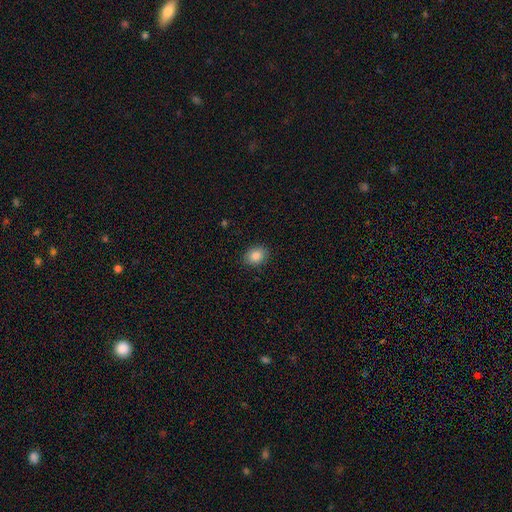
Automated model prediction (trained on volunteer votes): Smooth or featured? Predicted: smooth (p=0.86). How rounded? Predicted: in between (p=0.52). Merging? Predicted: none (p=0.88).